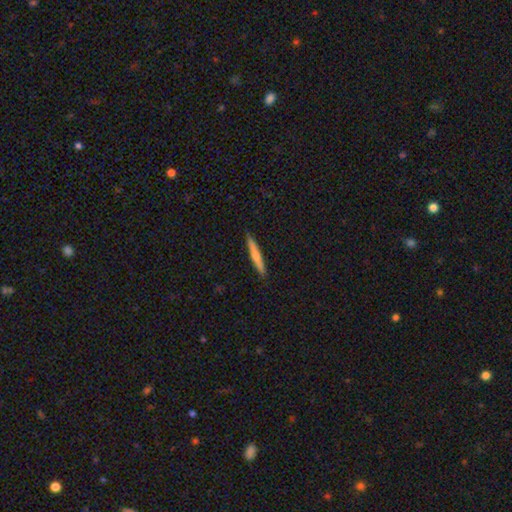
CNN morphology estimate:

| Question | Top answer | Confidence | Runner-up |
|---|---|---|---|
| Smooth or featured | smooth | 62% | featured or disk (32%) |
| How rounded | cigar-shaped | 95% | in between (4%) |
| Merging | none | 90% | minor disturbance (8%) |